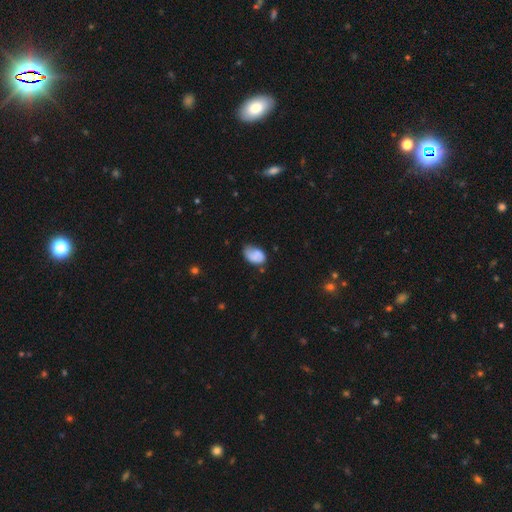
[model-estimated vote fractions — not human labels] Smooth or featured?
  - smooth: 70% *
  - featured or disk: 22%
  - star or artifact: 8%
How rounded?
  - in between: 87% *
  - round: 12%
  - cigar-shaped: 1%
Merging?
  - none: 46% *
  - minor disturbance: 37%
  - major disturbance: 13%
  - merger: 3%